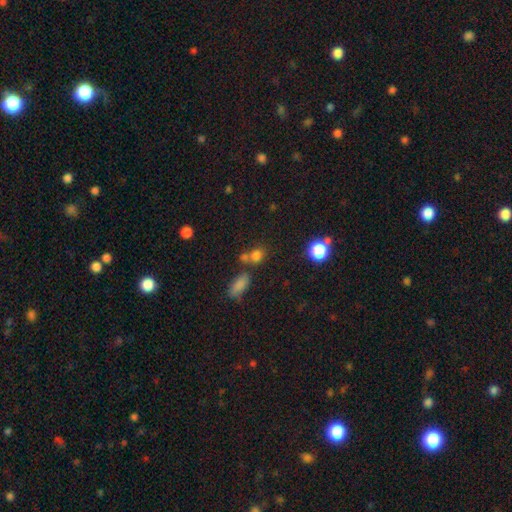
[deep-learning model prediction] smooth_or_featured: smooth (p=0.75) [alt: star or artifact p=0.17]
how_rounded: round (p=0.52) [alt: in between p=0.45]
merging: none (p=0.50) [alt: merger p=0.34]